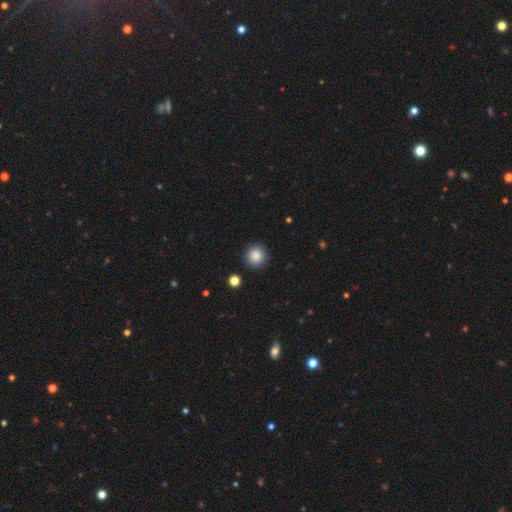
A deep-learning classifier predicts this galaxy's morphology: Smooth or featured?
  - smooth: 87% *
  - star or artifact: 9%
  - featured or disk: 4%
How rounded?
  - round: 94% *
  - in between: 5%
  - cigar-shaped: 1%
Merging?
  - none: 91% *
  - minor disturbance: 5%
  - major disturbance: 2%
  - merger: 1%